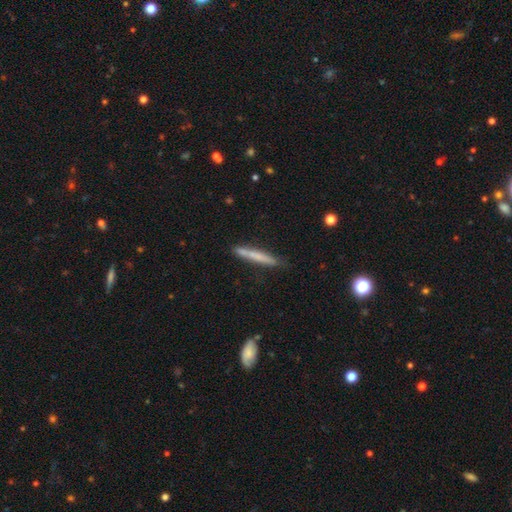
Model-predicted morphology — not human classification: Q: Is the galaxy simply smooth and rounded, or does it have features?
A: smooth — 64%.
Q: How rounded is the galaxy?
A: cigar-shaped — 95%.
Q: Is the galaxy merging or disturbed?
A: none — 77%.